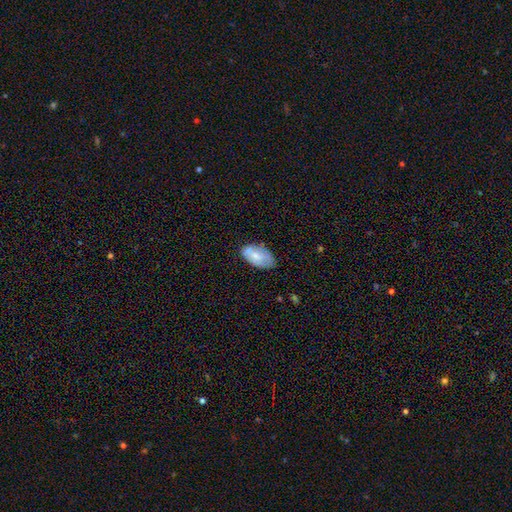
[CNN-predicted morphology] Q: Smooth or featured?
A: smooth (67%); runner-up: featured or disk (27%)
Q: How rounded?
A: in between (94%); runner-up: round (4%)
Q: Merging?
A: none (64%); runner-up: minor disturbance (27%)